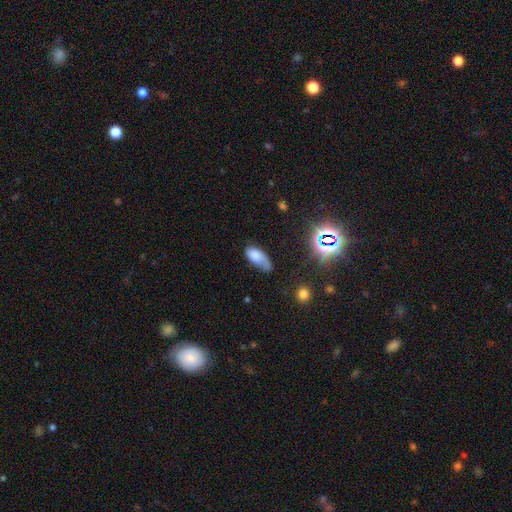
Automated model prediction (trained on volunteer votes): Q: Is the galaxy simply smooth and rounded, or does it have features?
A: smooth — 64%.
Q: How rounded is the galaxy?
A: in between — 89%.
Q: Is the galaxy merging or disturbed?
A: minor disturbance — 35%.